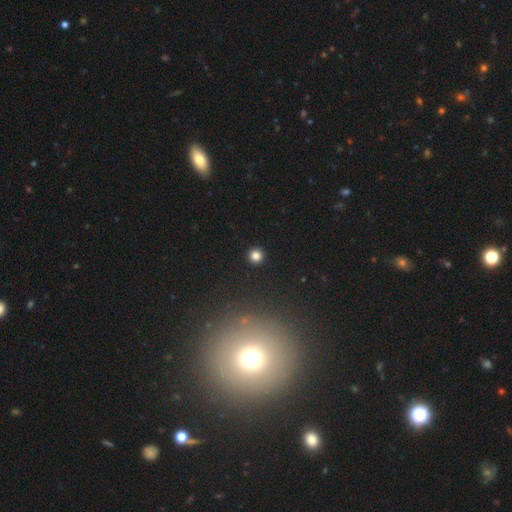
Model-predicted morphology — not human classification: This is clearly a smooth galaxy (83%). How rounded: clearly round (95%). Merging: clearly none (94%).